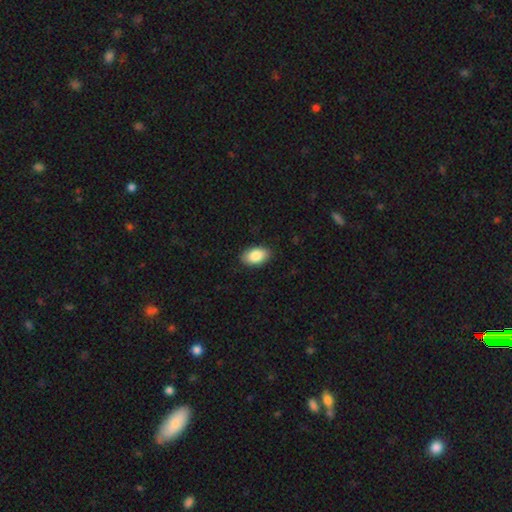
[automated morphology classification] Q: Smooth or featured?
A: smooth (87%); runner-up: star or artifact (7%)
Q: How rounded?
A: in between (93%); runner-up: round (5%)
Q: Merging?
A: none (89%); runner-up: minor disturbance (9%)